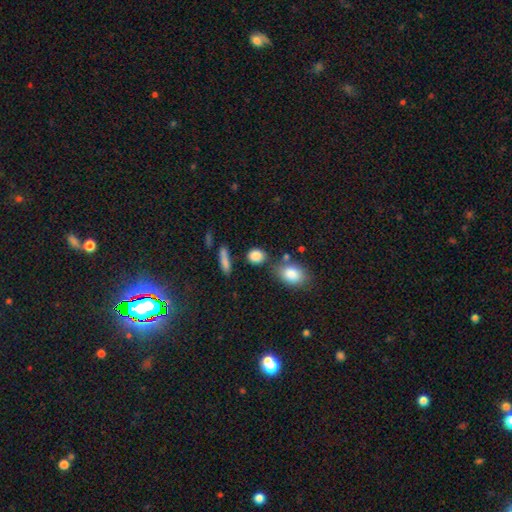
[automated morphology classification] smooth_or_featured: smooth (p=0.85) [alt: star or artifact p=0.10]
how_rounded: round (p=0.69) [alt: in between p=0.28]
merging: none (p=0.71) [alt: minor disturbance p=0.13]